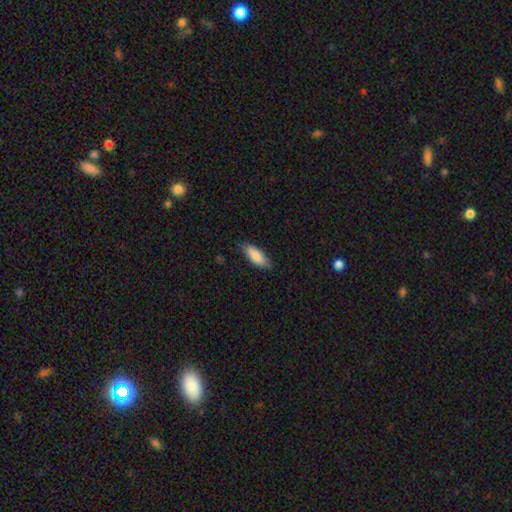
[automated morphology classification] The model was most divided on "how rounded": in between: 73%, cigar-shaped: 25%, round: 2%. More confident: smooth or featured — smooth (86%); merging — none (82%).